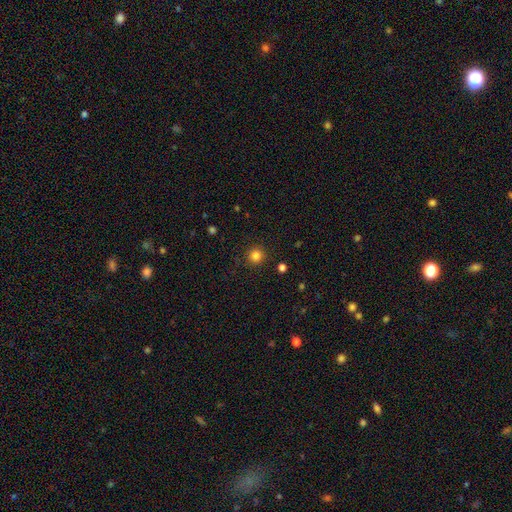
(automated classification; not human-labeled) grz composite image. It shows a smooth galaxy with no disk features (83%) that is round (95%). Merging: none (91%).